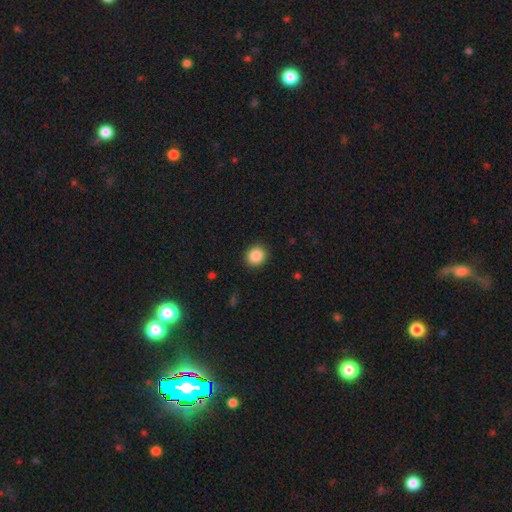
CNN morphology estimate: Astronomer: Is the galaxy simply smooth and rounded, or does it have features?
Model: smooth — 87%.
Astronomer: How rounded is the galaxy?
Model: round — 84%.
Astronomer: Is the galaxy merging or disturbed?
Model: none — 91%.